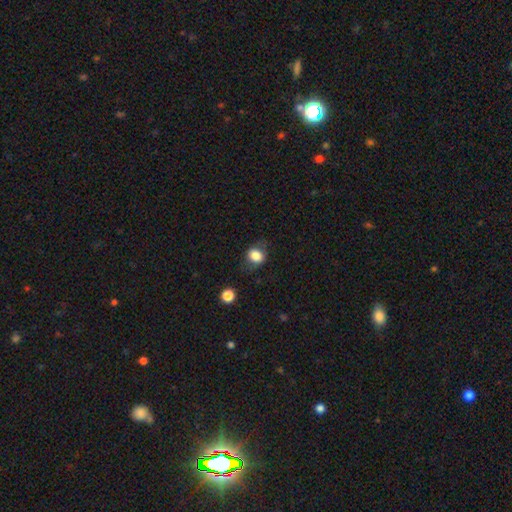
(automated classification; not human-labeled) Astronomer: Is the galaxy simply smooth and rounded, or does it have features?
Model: smooth — 82%.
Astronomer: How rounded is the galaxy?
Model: round — 56% (runner-up: in between, 43%).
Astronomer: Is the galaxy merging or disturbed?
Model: none — 70%.